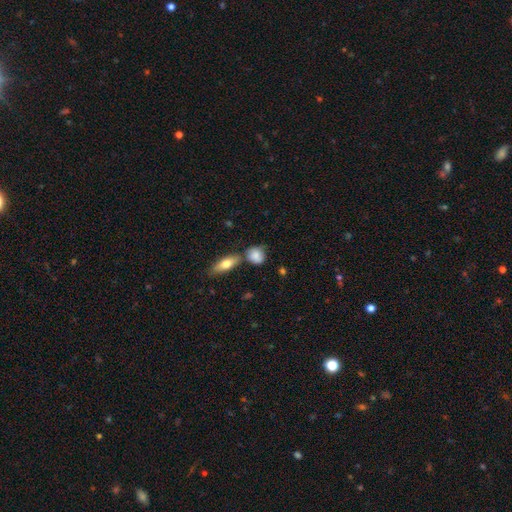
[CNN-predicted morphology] smooth_or_featured: smooth (p=0.80) [alt: featured or disk p=0.12]
how_rounded: round (p=0.64) [alt: in between p=0.32]
merging: none (p=0.56) [alt: minor disturbance p=0.20]